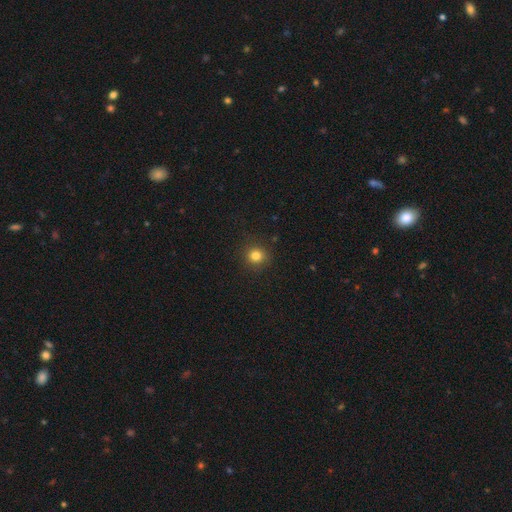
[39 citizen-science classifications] Overall: smooth (87%). How rounded: round (94%). Merging: none (94%).